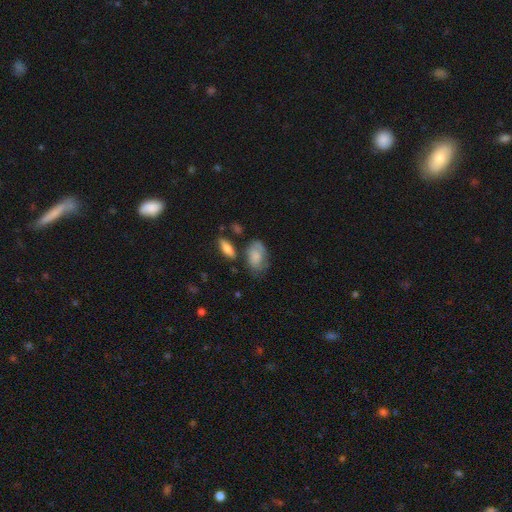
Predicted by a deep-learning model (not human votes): smooth_or_featured: smooth (p=0.71) [alt: featured or disk p=0.21]
how_rounded: in between (p=0.89) [alt: round p=0.09]
merging: none (p=0.52) [alt: minor disturbance p=0.28]